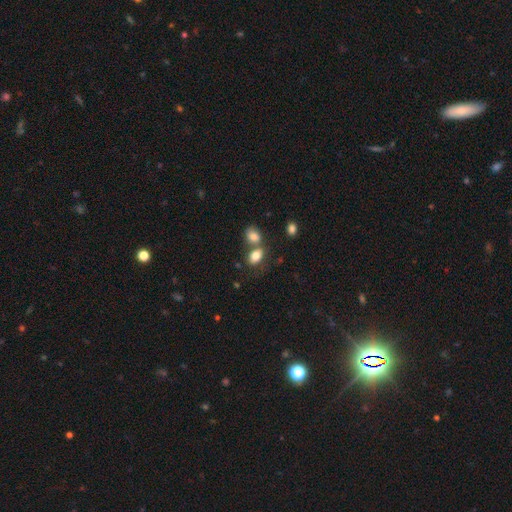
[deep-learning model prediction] smooth_or_featured: smooth (p=0.81) [alt: featured or disk p=0.10]
how_rounded: in between (p=0.80) [alt: round p=0.18]
merging: merger (p=0.44) [alt: none p=0.40]